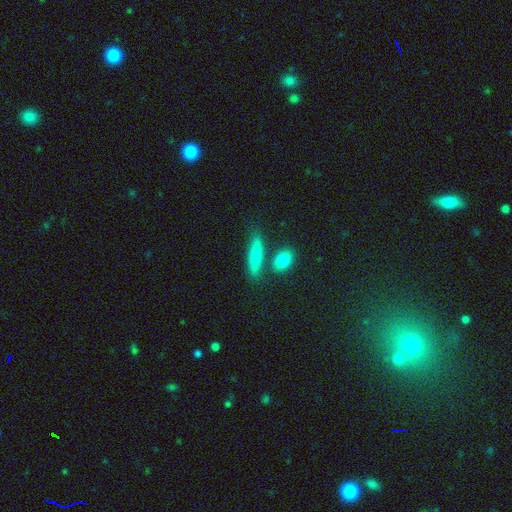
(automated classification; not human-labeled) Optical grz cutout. It shows a smooth galaxy with no disk features (75%) that is cigar-shaped (74%). Merging: none (73%).